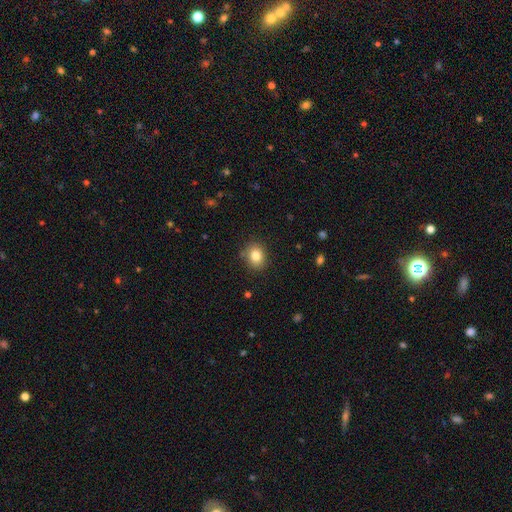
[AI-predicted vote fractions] smooth 82%, star or artifact 10%, featured or disk 7%. Down the decision tree: how rounded — round (63%); merging — none (84%).